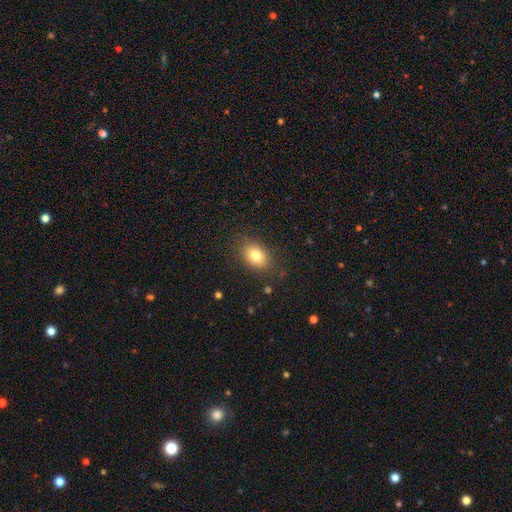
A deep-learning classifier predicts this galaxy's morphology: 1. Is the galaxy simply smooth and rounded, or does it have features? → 80% smooth, 10% star or artifact, 10% featured or disk.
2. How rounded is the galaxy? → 73% in between, 25% round, 1% cigar-shaped.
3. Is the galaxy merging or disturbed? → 85% none, 10% minor disturbance, 4% major disturbance, 1% merger.